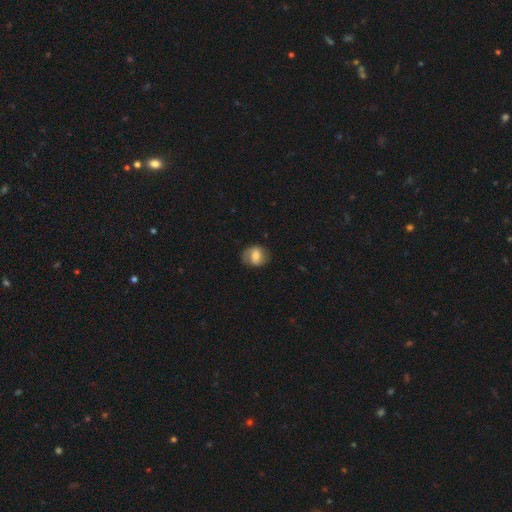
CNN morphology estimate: Smooth or featured? Predicted: smooth (p=0.52). How rounded? Predicted: round (p=0.51). Merging? Predicted: none (p=0.71).